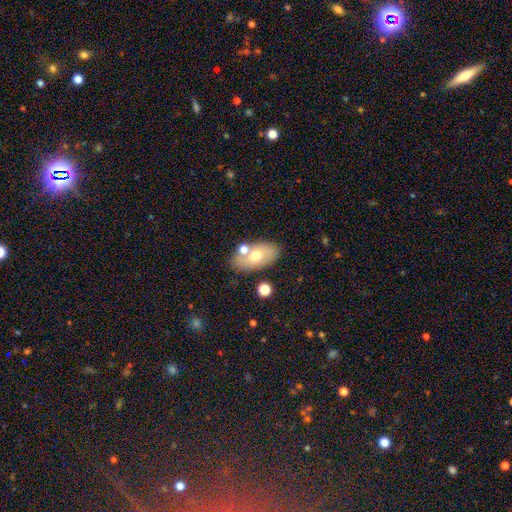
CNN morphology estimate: Smooth or featured?
  - smooth: 59% *
  - featured or disk: 33%
  - star or artifact: 8%
How rounded?
  - in between: 91% *
  - round: 7%
  - cigar-shaped: 2%
Merging?
  - none: 70% *
  - minor disturbance: 13%
  - merger: 13%
  - major disturbance: 4%